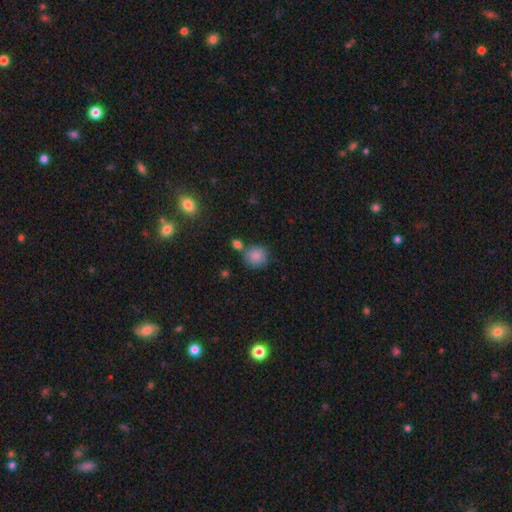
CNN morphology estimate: smooth 86%, star or artifact 9%, featured or disk 5%. Down the decision tree: how rounded — round (85%); merging — none (66%).